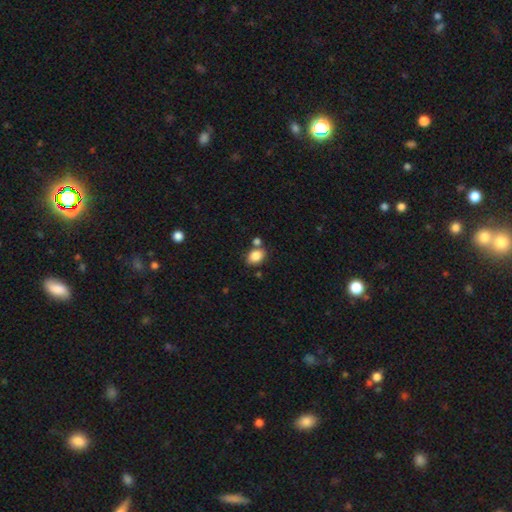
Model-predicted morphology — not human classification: type=smooth (86%); roundness=in between (66%); merging=none (66%).